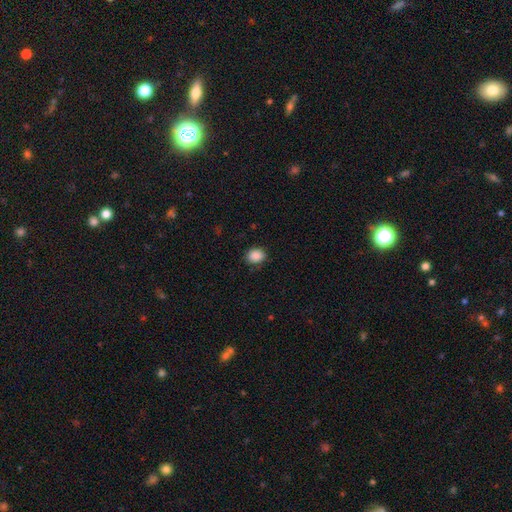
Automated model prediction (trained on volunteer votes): Smooth or featured?
  - smooth: 89% *
  - star or artifact: 9%
  - featured or disk: 3%
How rounded?
  - round: 54% *
  - in between: 45%
  - cigar-shaped: 1%
Merging?
  - none: 84% *
  - minor disturbance: 12%
  - major disturbance: 3%
  - merger: 1%